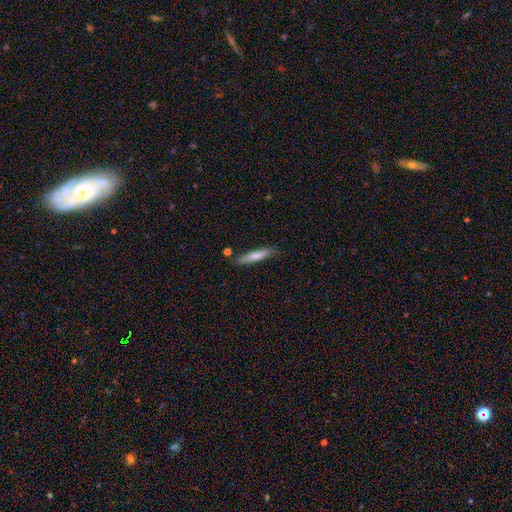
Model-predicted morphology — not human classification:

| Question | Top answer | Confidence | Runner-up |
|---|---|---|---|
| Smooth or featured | smooth | 71% | featured or disk (23%) |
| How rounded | cigar-shaped | 88% | in between (11%) |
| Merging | none | 79% | minor disturbance (15%) |